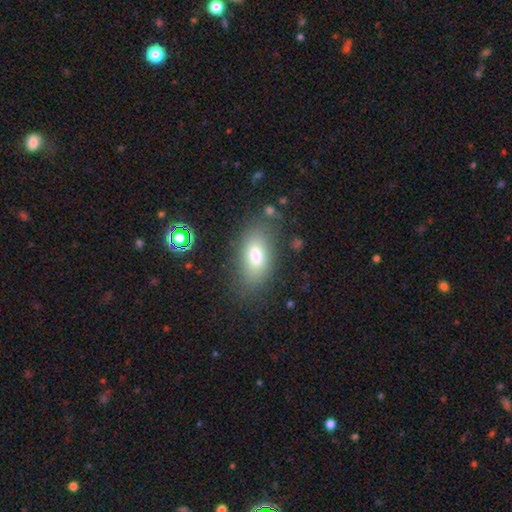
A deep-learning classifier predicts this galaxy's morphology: Q: Smooth or featured?
A: smooth (75%); runner-up: featured or disk (15%)
Q: How rounded?
A: in between (88%); runner-up: cigar-shaped (7%)
Q: Merging?
A: none (79%); runner-up: minor disturbance (13%)